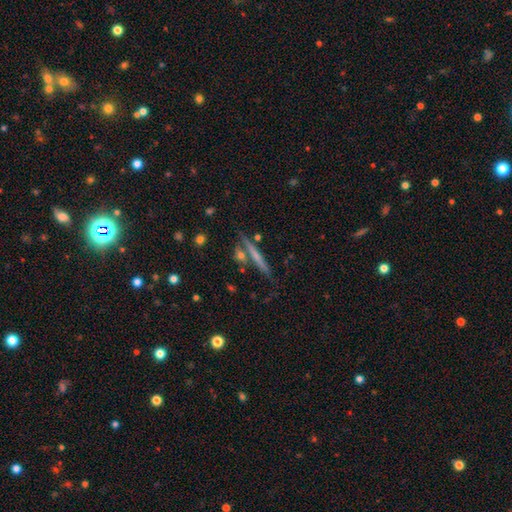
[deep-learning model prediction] featured or disk 51%, smooth 42%, star or artifact 8%. Down the decision tree: edge-on disk — yes (94%); merging — none (77%).